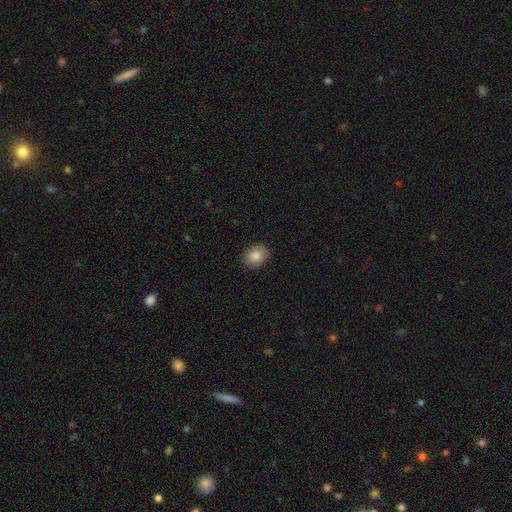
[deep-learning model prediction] Smooth or featured?
  - smooth: 85% *
  - star or artifact: 8%
  - featured or disk: 7%
How rounded?
  - in between: 62% *
  - round: 37%
  - cigar-shaped: 1%
Merging?
  - none: 88% *
  - minor disturbance: 9%
  - major disturbance: 2%
  - merger: 1%